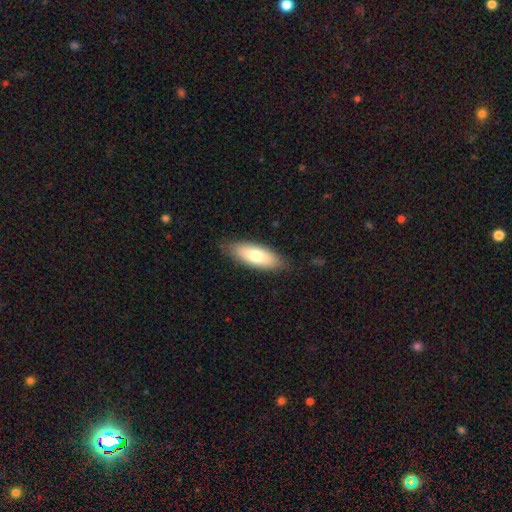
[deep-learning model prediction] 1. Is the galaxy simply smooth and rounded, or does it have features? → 73% smooth, 21% featured or disk, 6% star or artifact.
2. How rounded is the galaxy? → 72% in between, 26% cigar-shaped, 2% round.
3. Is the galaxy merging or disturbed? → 84% none, 13% minor disturbance, 3% major disturbance, 1% merger.